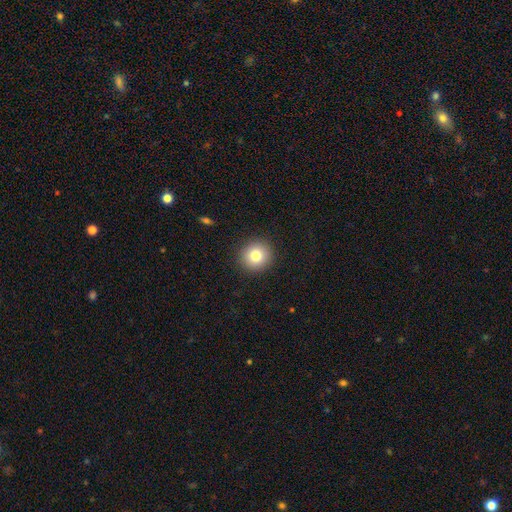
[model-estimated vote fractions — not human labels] smooth-or-featured: smooth: 80% | star or artifact: 11% | featured or disk: 9%
  how-rounded: round: 91% | in between: 8% | cigar-shaped: 1%
  merging: none: 92% | minor disturbance: 5% | major disturbance: 2% | merger: 1%